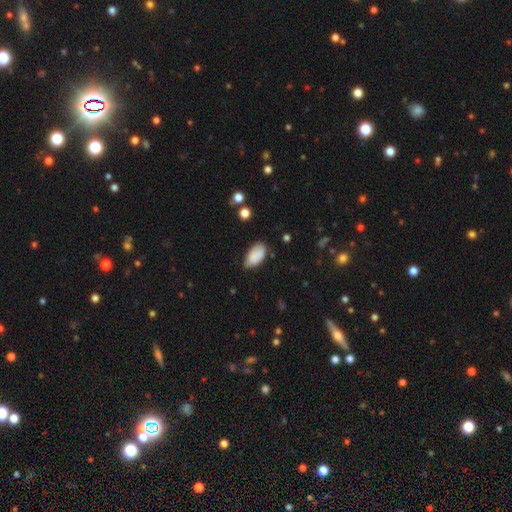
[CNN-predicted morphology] type=smooth (82%); roundness=in between (94%); merging=none (60%).